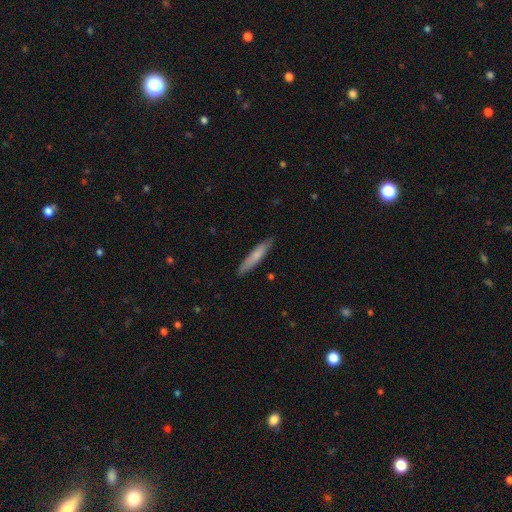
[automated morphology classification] Smooth or featured: smooth — 72% (featured or disk — 23%)
How rounded: cigar-shaped — 91% (in between — 8%)
Merging: none — 86% (minor disturbance — 11%)